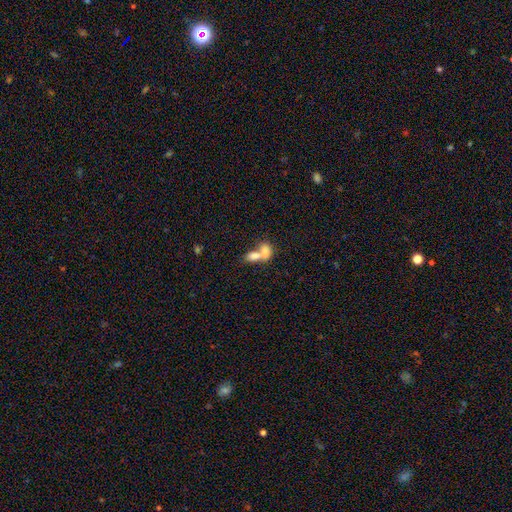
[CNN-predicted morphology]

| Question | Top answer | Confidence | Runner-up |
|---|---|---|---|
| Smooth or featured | smooth | 76% | featured or disk (15%) |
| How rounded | in between | 83% | round (14%) |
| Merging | merger | 76% | none (16%) |